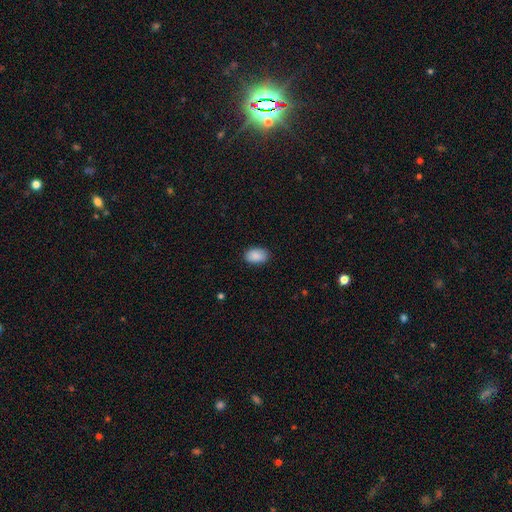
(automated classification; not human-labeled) Smooth or featured? smooth (89%)
How rounded? in between (89%)
Merging? none (87%)